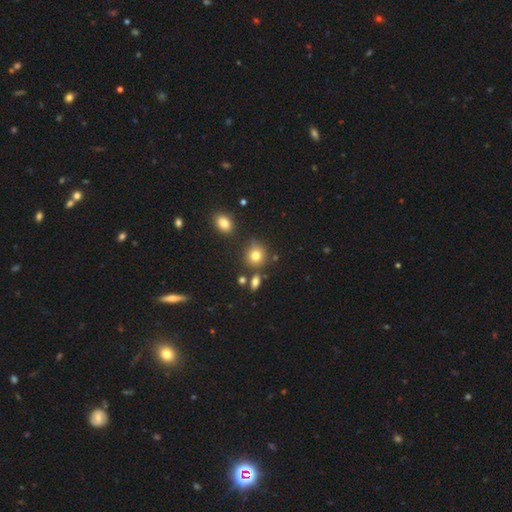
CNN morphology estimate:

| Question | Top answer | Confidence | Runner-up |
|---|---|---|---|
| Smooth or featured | smooth | 77% | star or artifact (14%) |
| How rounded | round | 84% | in between (15%) |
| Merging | none | 74% | minor disturbance (13%) |